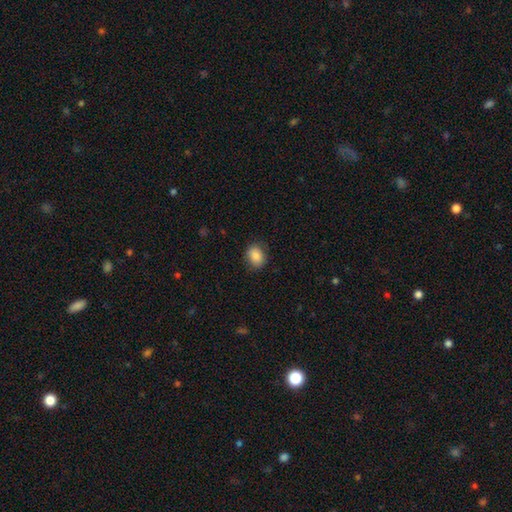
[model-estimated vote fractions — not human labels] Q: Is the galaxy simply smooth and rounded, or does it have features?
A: smooth — 87%.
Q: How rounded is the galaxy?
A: in between — 54%.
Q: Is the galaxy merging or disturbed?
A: none — 84%.